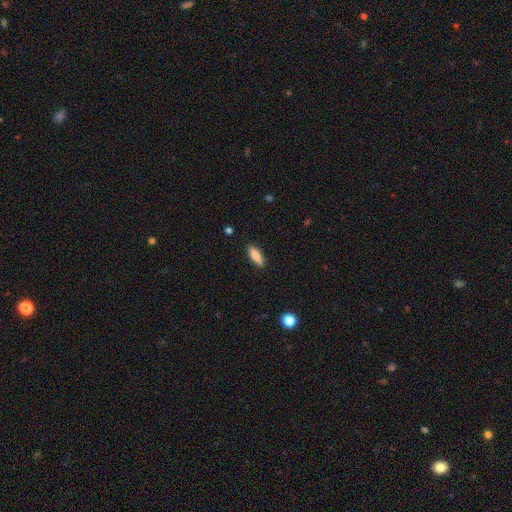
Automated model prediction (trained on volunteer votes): This is clearly a smooth galaxy (82%). How rounded: possibly in between (55%). Merging: clearly none (89%).